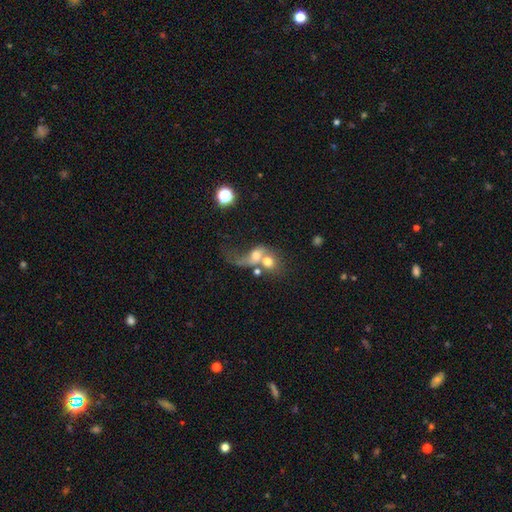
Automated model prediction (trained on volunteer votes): Smooth or featured: smooth — 52% (featured or disk — 36%)
How rounded: round — 54% (in between — 43%)
Merging: merger — 65% (major disturbance — 18%)